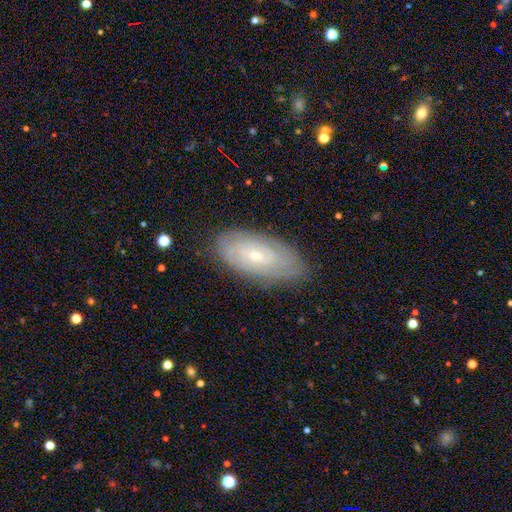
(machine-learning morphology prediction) Smooth or featured: featured or disk — 65% (smooth — 28%)
Edge-on disk: no — 90% (yes — 10%)
Bar: no — 61% (weak — 33%)
Spiral arms: yes — 77% (no — 23%)
Bulge size: small — 67% (moderate — 29%)
Merging: none — 79% (minor disturbance — 16%)